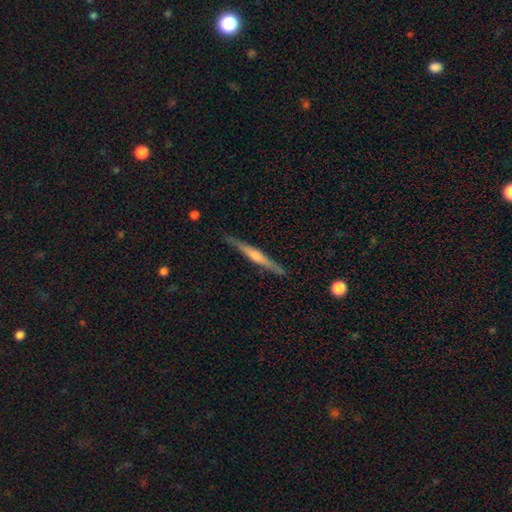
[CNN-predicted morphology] type=featured or disk (78%); edge-on=yes (98%); edge-on bulge=rounded (73%); merging=none (90%).